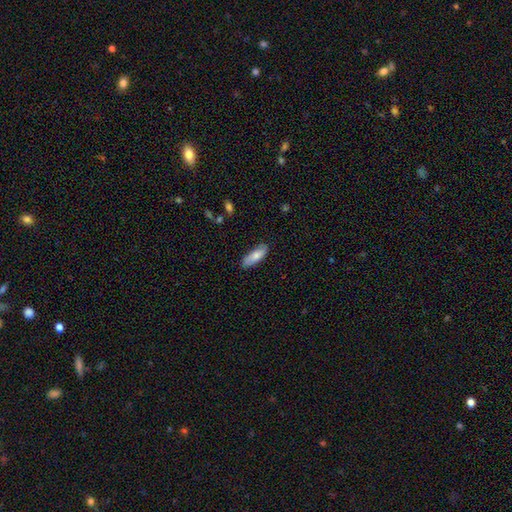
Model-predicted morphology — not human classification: type=smooth (77%); roundness=in between (60%); merging=none (83%).